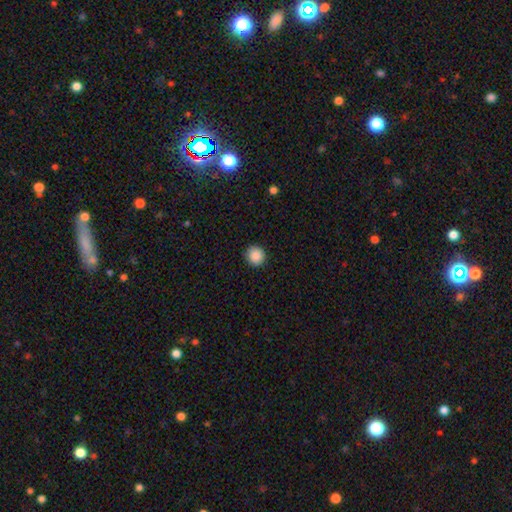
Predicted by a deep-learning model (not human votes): smooth_or_featured: smooth (p=0.88) [alt: star or artifact p=0.09]
how_rounded: round (p=0.95) [alt: in between p=0.05]
merging: none (p=0.93) [alt: minor disturbance p=0.05]